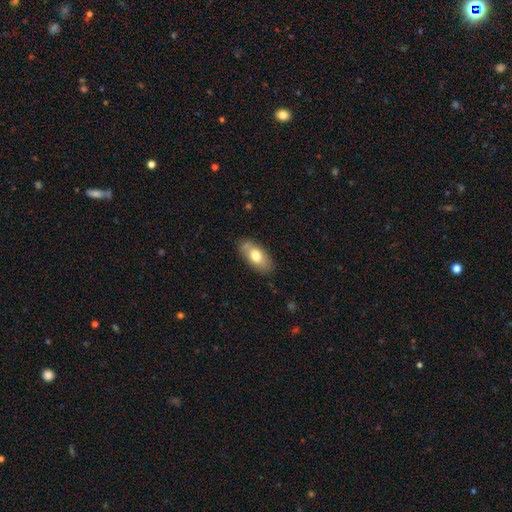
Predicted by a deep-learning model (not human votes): Smooth or featured?
  - smooth: 71% *
  - featured or disk: 21%
  - star or artifact: 7%
How rounded?
  - in between: 88% *
  - cigar-shaped: 7%
  - round: 4%
Merging?
  - none: 76% *
  - minor disturbance: 16%
  - merger: 5%
  - major disturbance: 3%